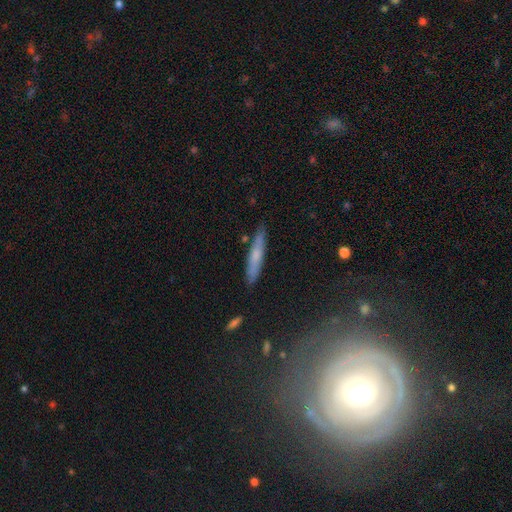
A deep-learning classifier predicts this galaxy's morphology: This appears to be a smooth galaxy with no disk features (59%) that is cigar-shaped (92%). Merging: none (84%).